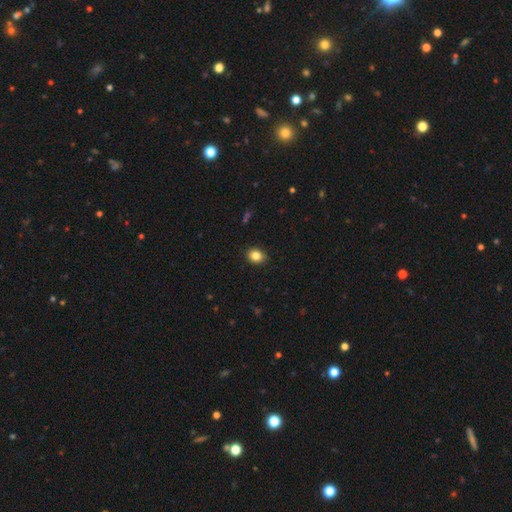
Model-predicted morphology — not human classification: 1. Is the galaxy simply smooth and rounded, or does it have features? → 85% smooth, 10% star or artifact, 5% featured or disk.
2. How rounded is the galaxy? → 54% round, 45% in between, 1% cigar-shaped.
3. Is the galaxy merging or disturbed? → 90% none, 7% minor disturbance, 2% major disturbance, 1% merger.